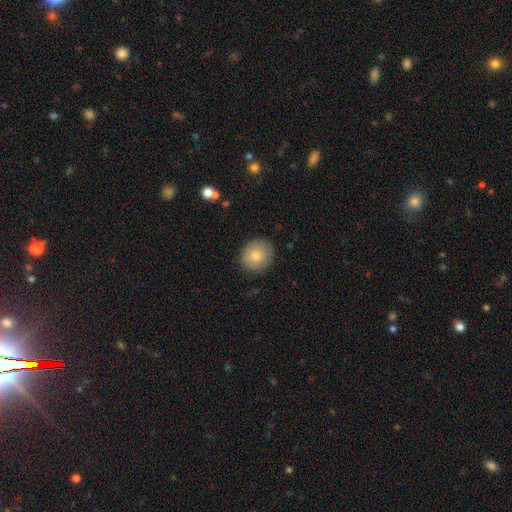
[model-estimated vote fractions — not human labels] The model was most divided on "smooth or featured": smooth: 81%, featured or disk: 12%, star or artifact: 8%. More confident: merging — none (88%); how rounded — round (87%).